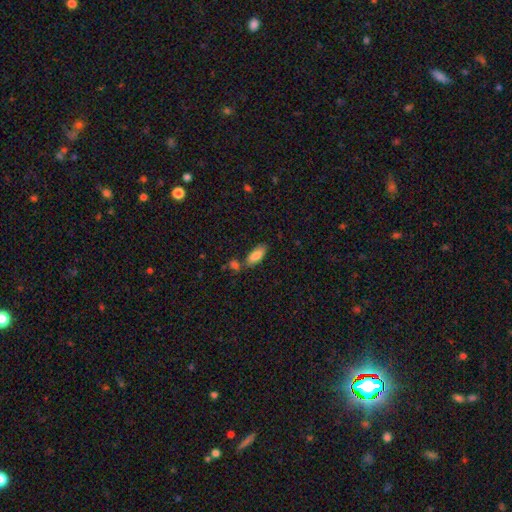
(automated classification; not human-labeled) smooth-or-featured: smooth: 86% | star or artifact: 7% | featured or disk: 7%
  how-rounded: in between: 77% | cigar-shaped: 21% | round: 2%
  merging: none: 57% | merger: 23% | minor disturbance: 16% | major disturbance: 5%